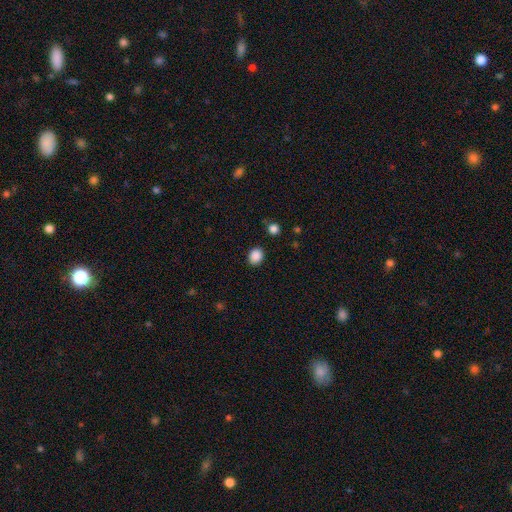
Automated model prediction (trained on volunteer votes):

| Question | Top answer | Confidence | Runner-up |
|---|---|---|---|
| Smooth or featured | smooth | 88% | star or artifact (9%) |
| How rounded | round | 64% | in between (35%) |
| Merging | none | 88% | minor disturbance (7%) |